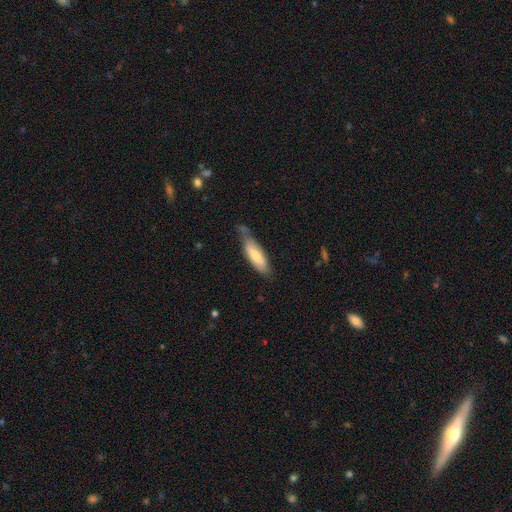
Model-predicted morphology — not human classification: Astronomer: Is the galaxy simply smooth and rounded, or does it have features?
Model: smooth — 69%.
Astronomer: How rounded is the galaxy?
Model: in between — 53% (runner-up: cigar-shaped, 45%).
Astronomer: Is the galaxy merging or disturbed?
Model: none — 50% (runner-up: minor disturbance, 32%).